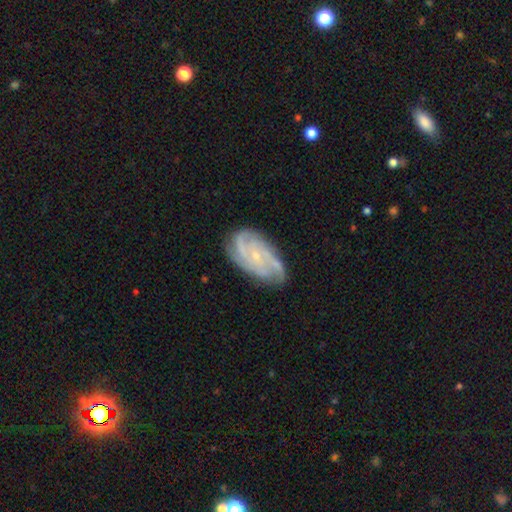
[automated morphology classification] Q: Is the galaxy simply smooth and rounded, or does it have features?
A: featured or disk — 85%.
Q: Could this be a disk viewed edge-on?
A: no — 97%.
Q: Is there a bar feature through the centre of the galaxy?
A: no — 71%.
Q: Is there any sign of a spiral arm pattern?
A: yes — 97%.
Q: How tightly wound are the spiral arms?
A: tight — 54%.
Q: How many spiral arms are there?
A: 3 — 32%.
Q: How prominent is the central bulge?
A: small — 80%.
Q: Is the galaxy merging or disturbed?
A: none — 73%.